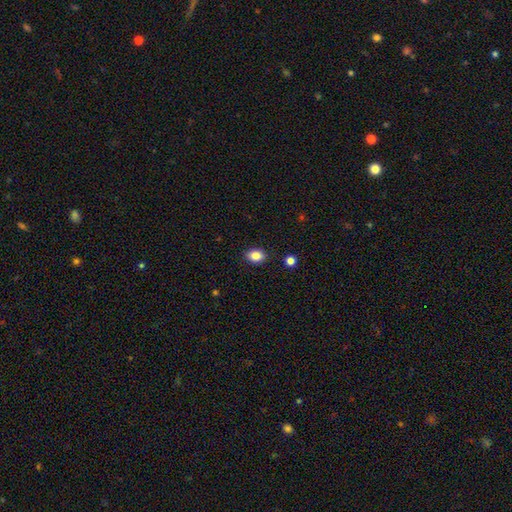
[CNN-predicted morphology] Smooth or featured: smooth — 84% (star or artifact — 10%)
How rounded: in between — 68% (round — 31%)
Merging: none — 89% (minor disturbance — 8%)